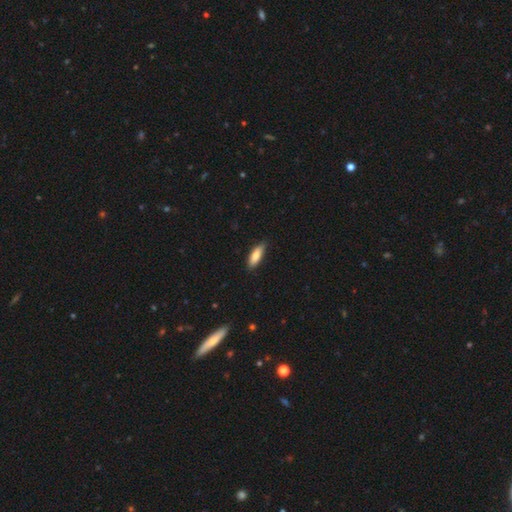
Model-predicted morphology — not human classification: Smooth or featured: smooth — 82% (featured or disk — 12%)
How rounded: in between — 63% (cigar-shaped — 36%)
Merging: none — 82% (minor disturbance — 15%)